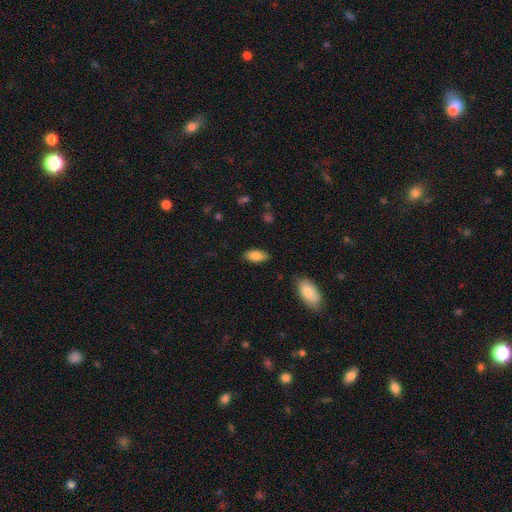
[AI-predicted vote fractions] Q: Smooth or featured?
A: smooth (82%); runner-up: featured or disk (11%)
Q: How rounded?
A: in between (89%); runner-up: cigar-shaped (9%)
Q: Merging?
A: none (86%); runner-up: minor disturbance (10%)